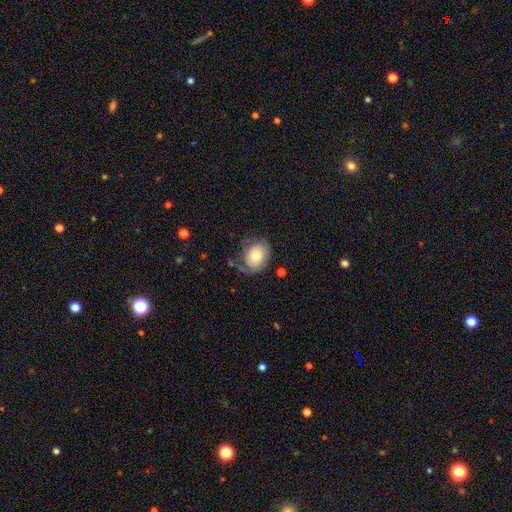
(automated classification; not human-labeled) smooth 63%, featured or disk 29%, star or artifact 8%. Down the decision tree: how rounded — in between (51%); merging — none (54%).